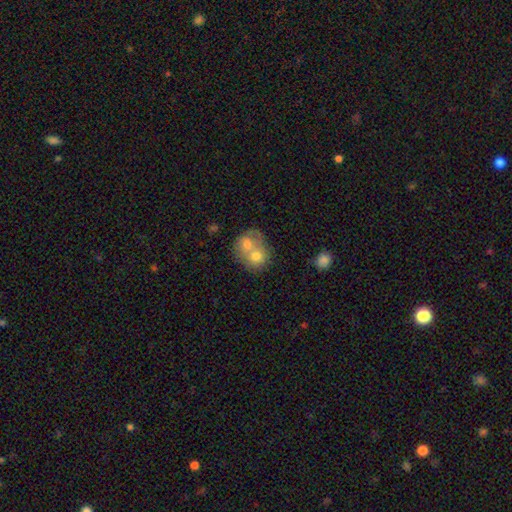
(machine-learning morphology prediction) A smooth galaxy with no disk features (65%) that is round (70%). Merging: merger (72%).